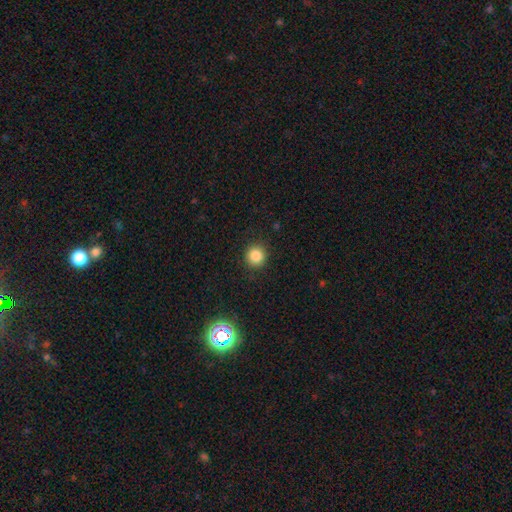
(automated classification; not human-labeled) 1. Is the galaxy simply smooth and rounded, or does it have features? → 84% smooth, 11% star or artifact, 4% featured or disk.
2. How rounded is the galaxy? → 92% round, 7% in between, 1% cigar-shaped.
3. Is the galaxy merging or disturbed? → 91% none, 6% minor disturbance, 2% major disturbance, 1% merger.